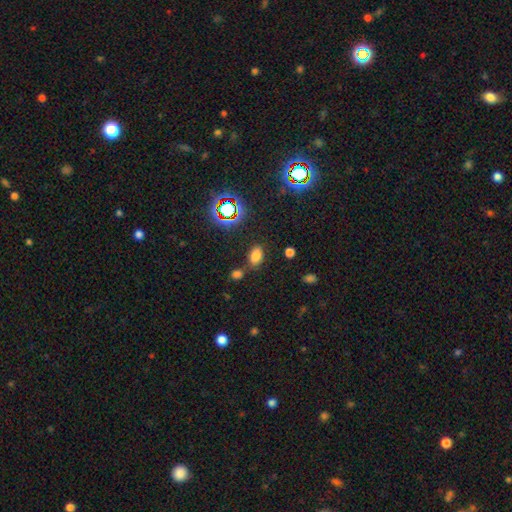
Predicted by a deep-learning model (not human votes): A smooth galaxy with no disk features (72%) that is in between round and cigar-shaped (87%).

Vote fractions:
- Smooth or featured? smooth: 72% / star or artifact: 21% / featured or disk: 7%
- How rounded? in between: 87% / round: 11% / cigar-shaped: 2%
- Merging? none: 73% / minor disturbance: 12% / merger: 11% / major disturbance: 4%